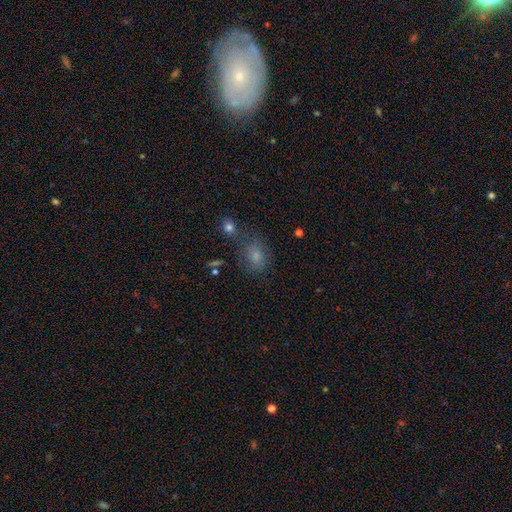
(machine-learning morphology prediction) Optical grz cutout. It shows a smooth galaxy with no disk features (76%) that is in between round and cigar-shaped (66%). Merging: none (58%).